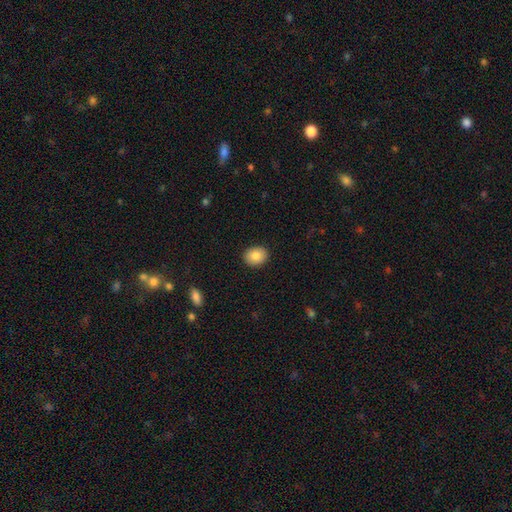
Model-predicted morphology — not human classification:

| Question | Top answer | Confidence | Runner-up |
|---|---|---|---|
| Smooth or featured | smooth | 83% | featured or disk (9%) |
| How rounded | round | 51% | in between (48%) |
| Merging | none | 91% | minor disturbance (7%) |